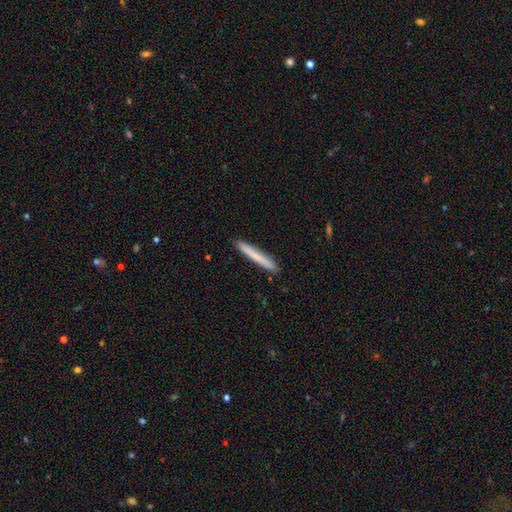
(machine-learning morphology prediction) Smooth or featured? smooth (72%)
How rounded? cigar-shaped (97%)
Merging? none (91%)